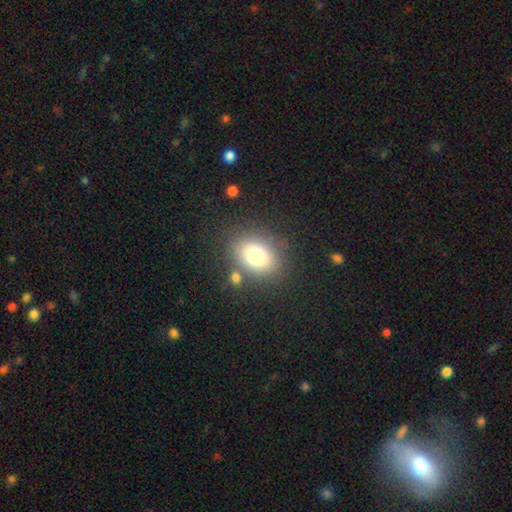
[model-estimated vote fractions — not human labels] Smooth or featured?
  - smooth: 76% *
  - featured or disk: 12%
  - star or artifact: 12%
How rounded?
  - in between: 59% *
  - round: 40%
  - cigar-shaped: 1%
Merging?
  - none: 75% *
  - minor disturbance: 11%
  - merger: 10%
  - major disturbance: 5%